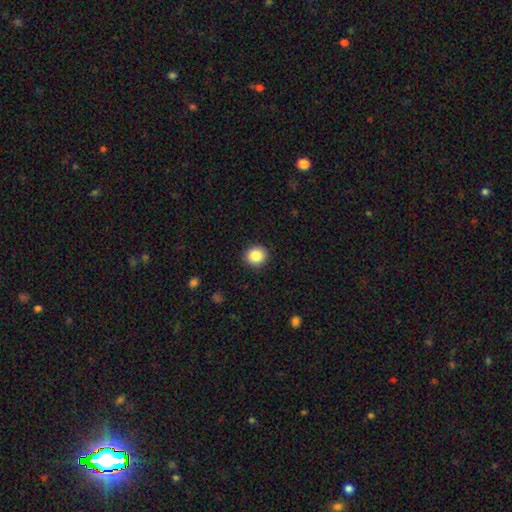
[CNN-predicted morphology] smooth-or-featured: smooth: 87% | star or artifact: 9% | featured or disk: 4%
  how-rounded: round: 89% | in between: 10% | cigar-shaped: 1%
  merging: none: 91% | minor disturbance: 6% | major disturbance: 2% | merger: 1%